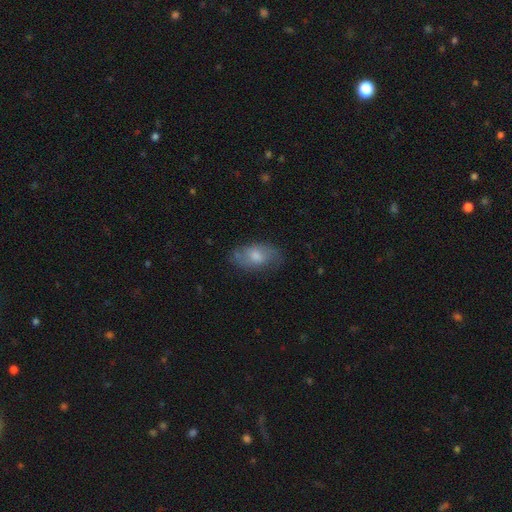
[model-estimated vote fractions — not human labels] smooth-or-featured: smooth: 48% | featured or disk: 44% | star or artifact: 8%
  merging: none: 72% | minor disturbance: 20% | major disturbance: 7% | merger: 1%